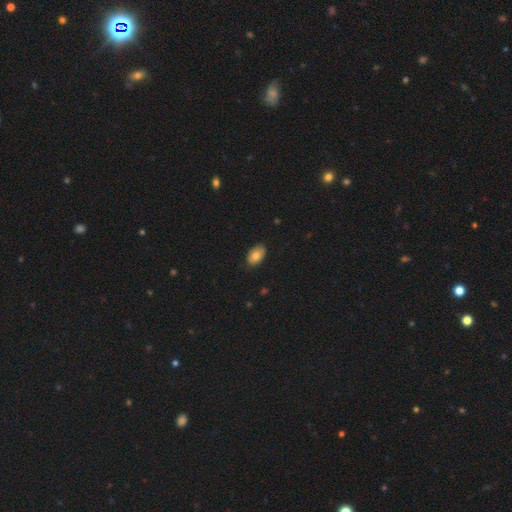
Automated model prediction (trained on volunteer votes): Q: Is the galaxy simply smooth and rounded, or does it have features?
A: smooth — 80%.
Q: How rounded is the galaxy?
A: in between — 91%.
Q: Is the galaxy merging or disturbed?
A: none — 86%.